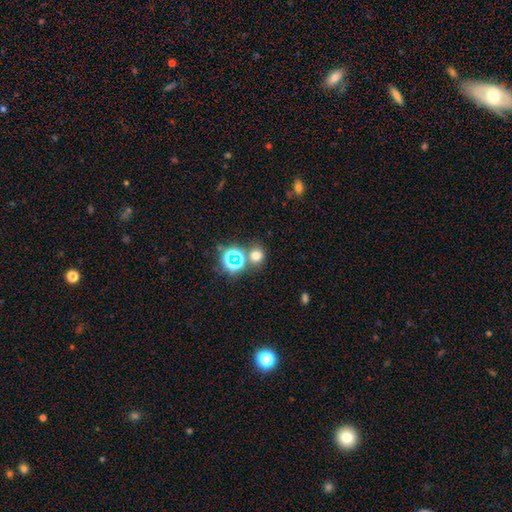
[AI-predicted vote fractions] Overall: smooth (66%; star or artifact 28%). How rounded: round (83%). Merging: none (72%).